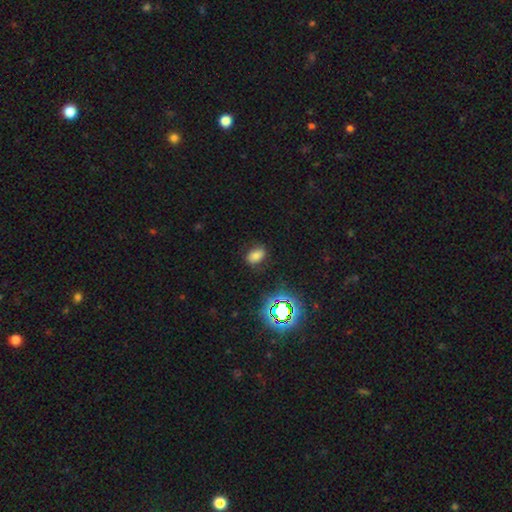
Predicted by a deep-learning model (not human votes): Smooth or featured? Predicted: smooth (p=0.69). How rounded? Predicted: in between (p=0.83). Merging? Predicted: none (p=0.80).